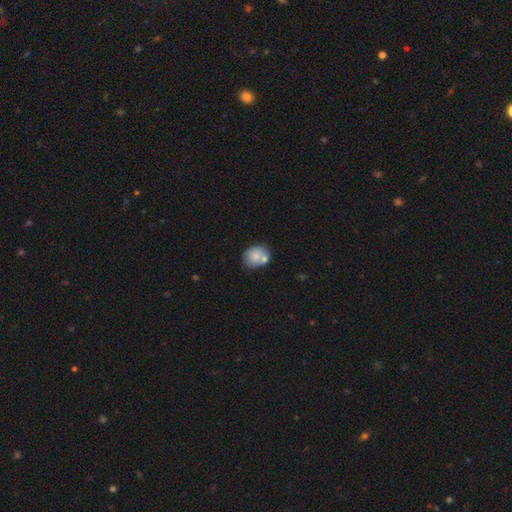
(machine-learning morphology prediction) smooth 76%, featured or disk 17%, star or artifact 8%. Down the decision tree: how rounded — round (57%); merging — none (60%).